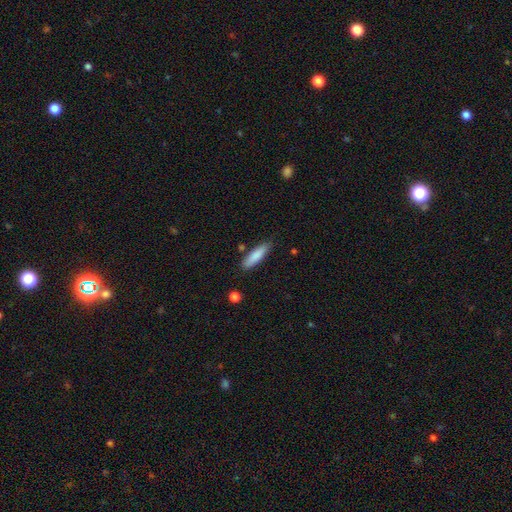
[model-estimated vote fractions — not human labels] smooth_or_featured: smooth (p=0.83) [alt: featured or disk p=0.11]
how_rounded: cigar-shaped (p=0.65) [alt: in between p=0.33]
merging: none (p=0.79) [alt: minor disturbance p=0.15]